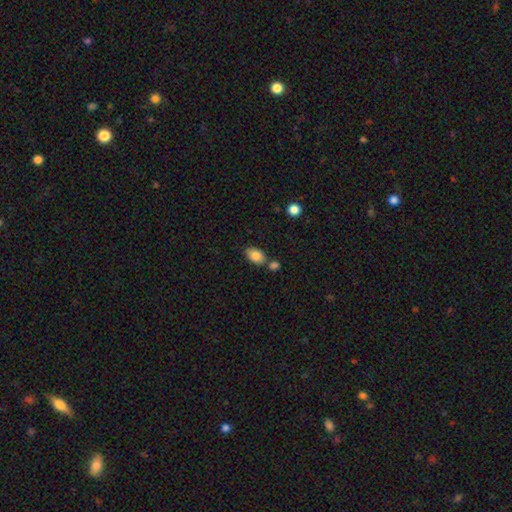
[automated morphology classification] This appears to be a smooth galaxy with no disk features (84%) that is in between round and cigar-shaped (90%). Merging: none (66%).